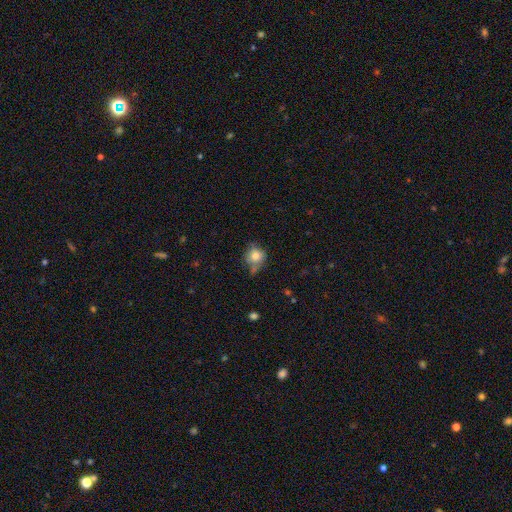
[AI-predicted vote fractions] The model was most divided on "merging": none: 51%, minor disturbance: 29%, major disturbance: 10%, merger: 10%. More confident: how rounded — round (78%); smooth or featured — smooth (76%).